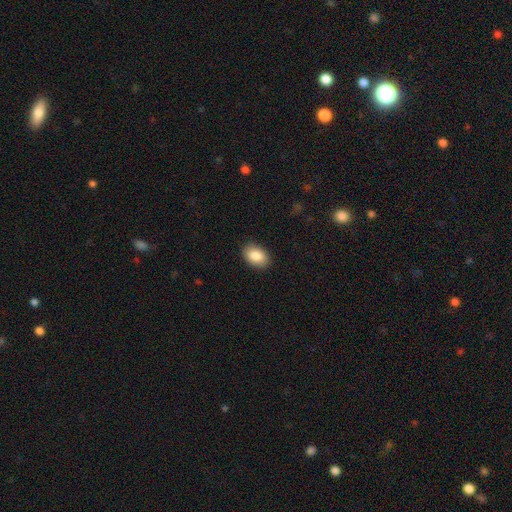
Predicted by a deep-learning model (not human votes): smooth-or-featured: smooth: 87% | star or artifact: 7% | featured or disk: 6%
  how-rounded: in between: 85% | round: 14% | cigar-shaped: 1%
  merging: none: 89% | minor disturbance: 8% | major disturbance: 2% | merger: 1%